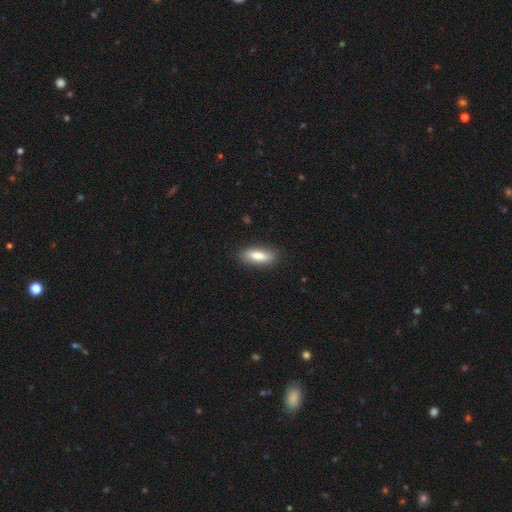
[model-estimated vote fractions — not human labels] smooth-or-featured: smooth: 82% | featured or disk: 11% | star or artifact: 7%
  how-rounded: in between: 65% | cigar-shaped: 33% | round: 2%
  merging: none: 86% | minor disturbance: 11% | major disturbance: 2% | merger: 1%